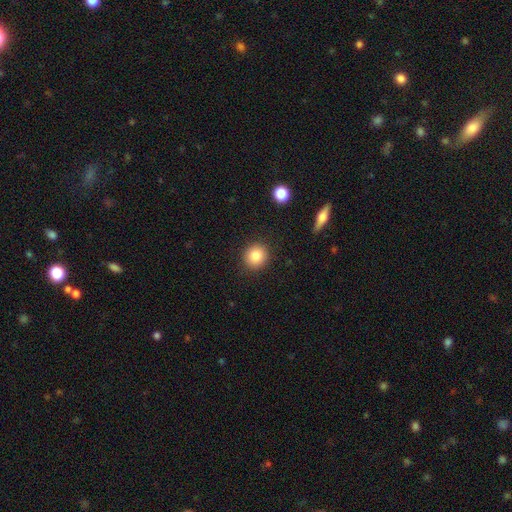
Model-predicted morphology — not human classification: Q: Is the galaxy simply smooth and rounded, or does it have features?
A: smooth — 85%.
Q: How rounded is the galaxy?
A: round — 90%.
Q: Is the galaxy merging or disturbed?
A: none — 90%.